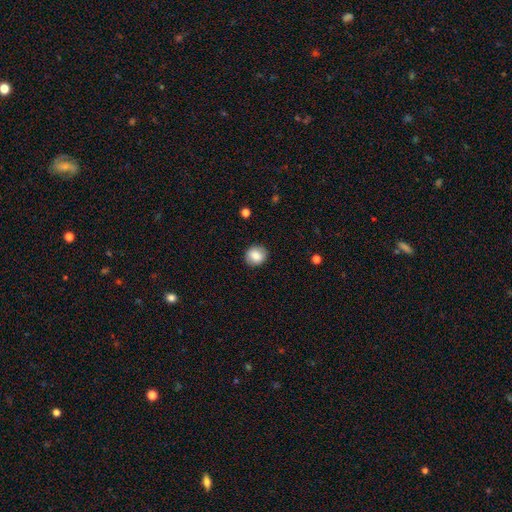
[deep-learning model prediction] Smooth or featured: smooth — 84% (featured or disk — 8%)
How rounded: round — 80% (in between — 19%)
Merging: none — 88% (minor disturbance — 8%)